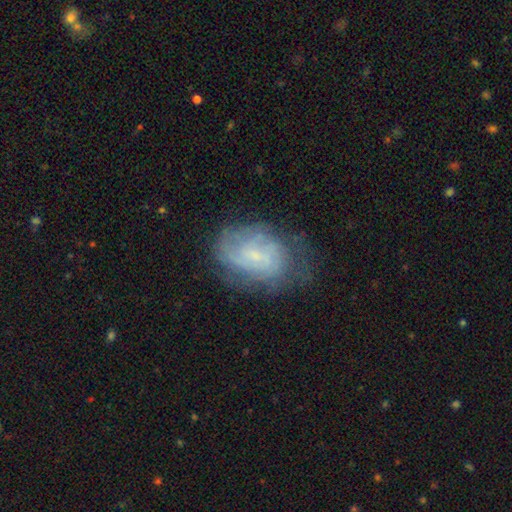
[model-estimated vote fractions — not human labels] A featured or disk galaxy (62%) with no bar (57%), spiral arms (78%) and a small central bulge (71%). Merging: none (57%).